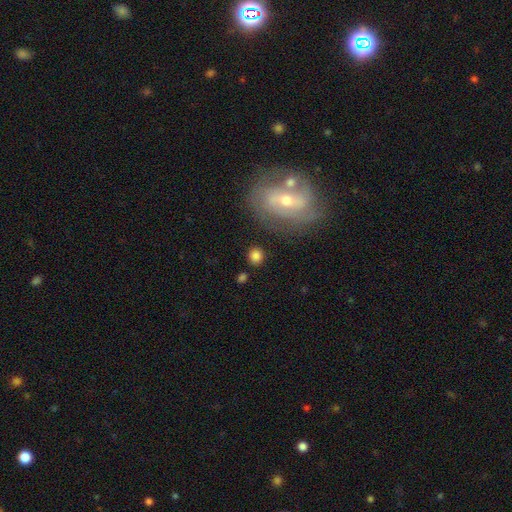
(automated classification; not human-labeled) Overall: smooth (80%). How rounded: round (82%). Merging: none (82%).